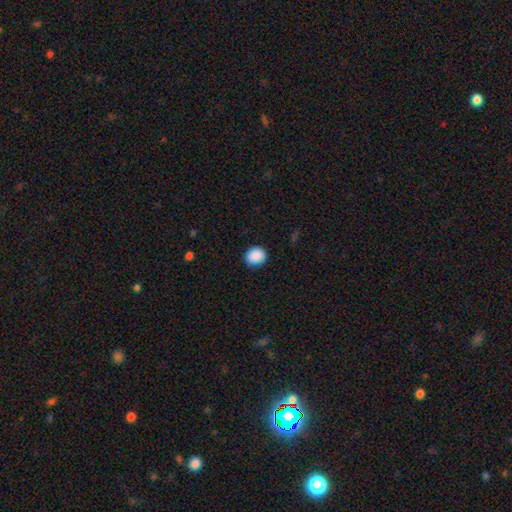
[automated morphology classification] smooth_or_featured: smooth (p=0.89) [alt: star or artifact p=0.08]
how_rounded: round (p=0.74) [alt: in between p=0.25]
merging: none (p=0.86) [alt: minor disturbance p=0.10]